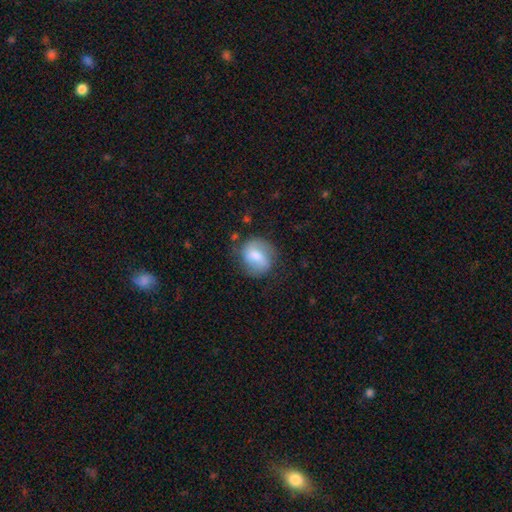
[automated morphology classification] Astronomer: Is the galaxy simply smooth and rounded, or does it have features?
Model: smooth — 63%.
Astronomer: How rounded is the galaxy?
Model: round — 68%.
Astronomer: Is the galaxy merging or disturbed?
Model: none — 66%.